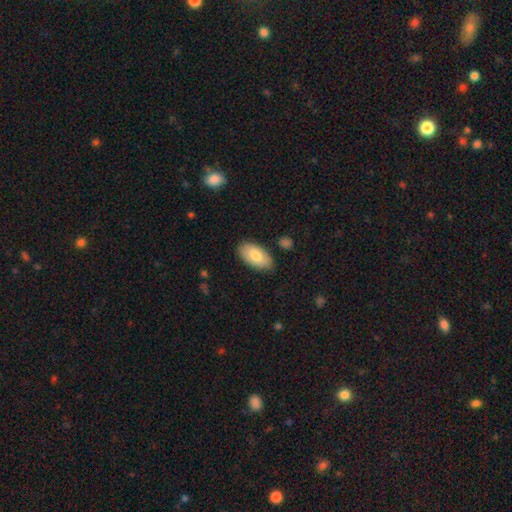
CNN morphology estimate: This is likely a smooth galaxy (78%). How rounded: clearly in between (95%). Merging: clearly none (85%).